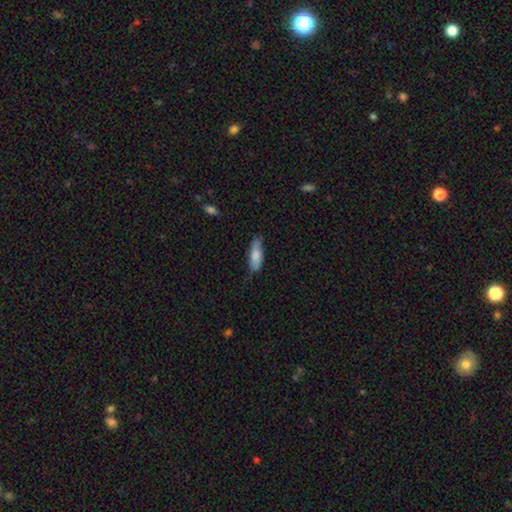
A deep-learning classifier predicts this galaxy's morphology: This appears to be a smooth galaxy with no disk features (77%) that is in between round and cigar-shaped (59%). Merging: none (64%).